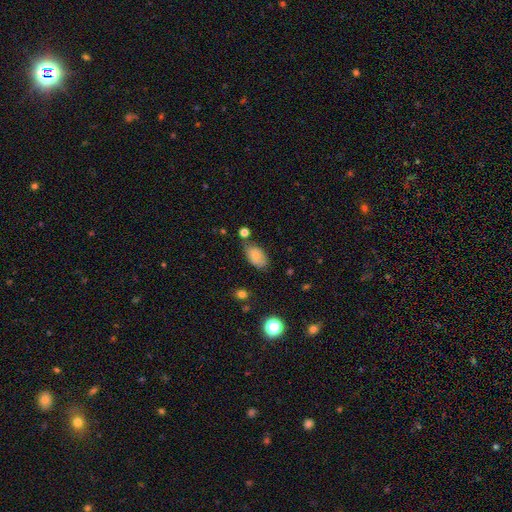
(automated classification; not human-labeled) Overall: smooth (71%). How rounded: in between (91%). Merging: none (63%; minor disturbance 24%).